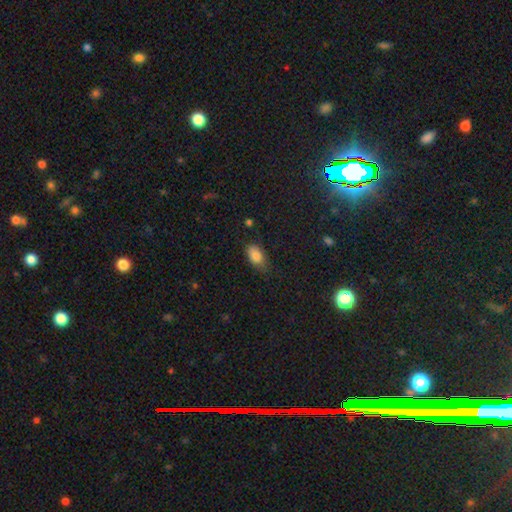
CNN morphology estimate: The model was most divided on "merging": none: 70%, minor disturbance: 24%, major disturbance: 5%, merger: 1%. More confident: how rounded — in between (90%); smooth or featured — smooth (84%).